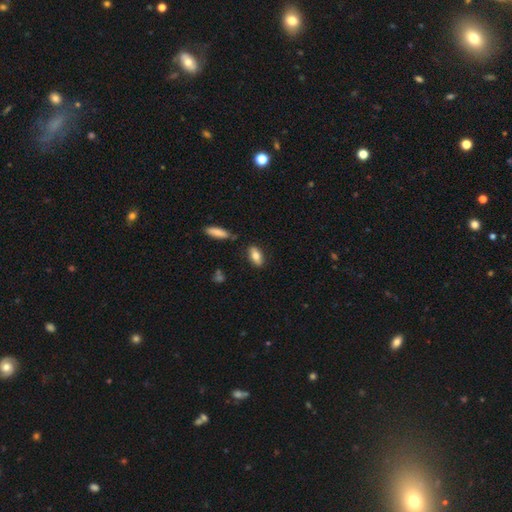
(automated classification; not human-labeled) Smooth or featured? smooth (78%)
How rounded? in between (84%)
Merging? none (82%)